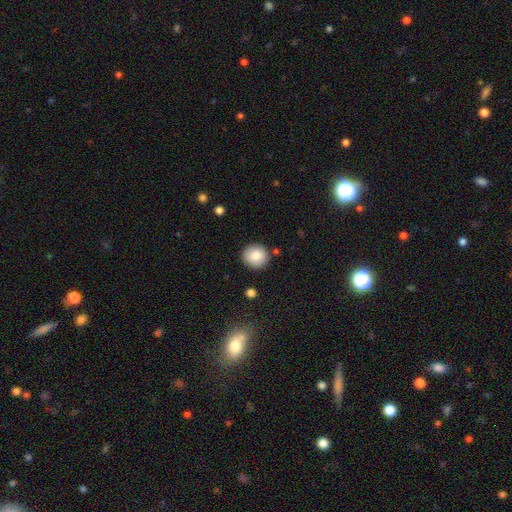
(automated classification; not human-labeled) Smooth or featured? Predicted: smooth (p=0.87). How rounded? Predicted: round (p=0.84). Merging? Predicted: none (p=0.87).